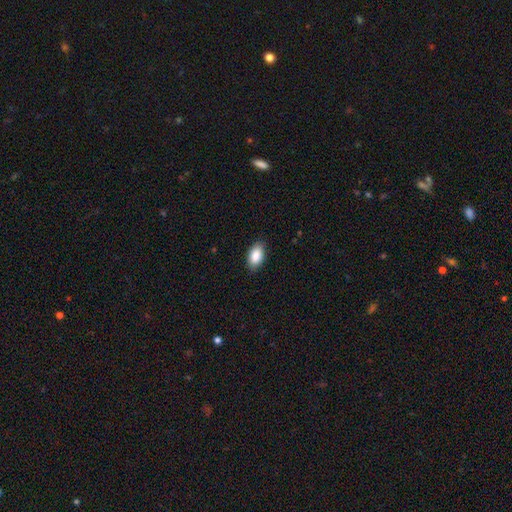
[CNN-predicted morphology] A smooth galaxy with no disk features (88%) that is in between round and cigar-shaped (93%).

Vote fractions:
- Smooth or featured? smooth: 88% / star or artifact: 7% / featured or disk: 5%
- How rounded? in between: 93% / round: 4% / cigar-shaped: 2%
- Merging? none: 87% / minor disturbance: 10% / major disturbance: 2% / merger: 1%